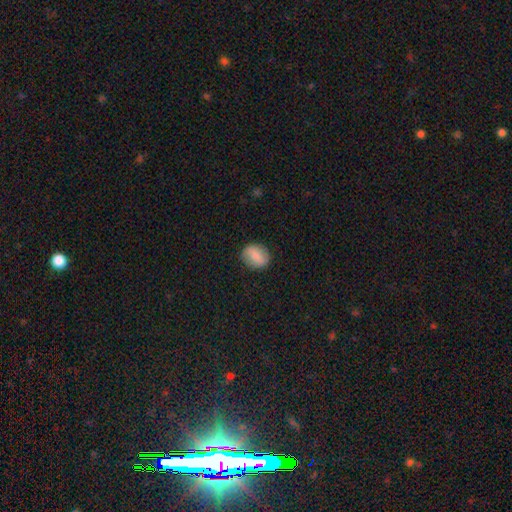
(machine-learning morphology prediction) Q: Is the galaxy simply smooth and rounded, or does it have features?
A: smooth — 77%.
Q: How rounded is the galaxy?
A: in between — 54%.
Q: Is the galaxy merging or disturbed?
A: none — 85%.